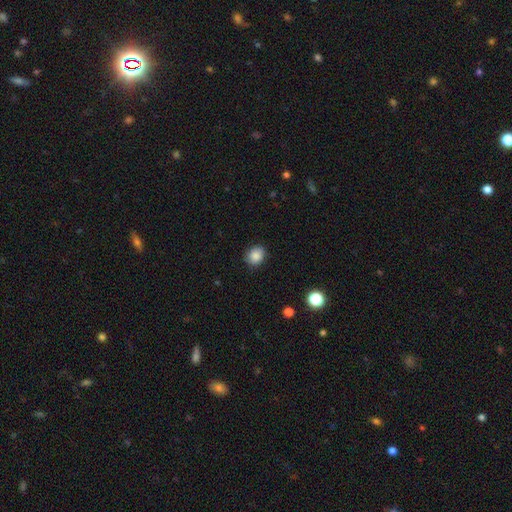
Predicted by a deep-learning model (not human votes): This is clearly a smooth galaxy (85%). How rounded: possibly round (59%). Merging: clearly none (83%).